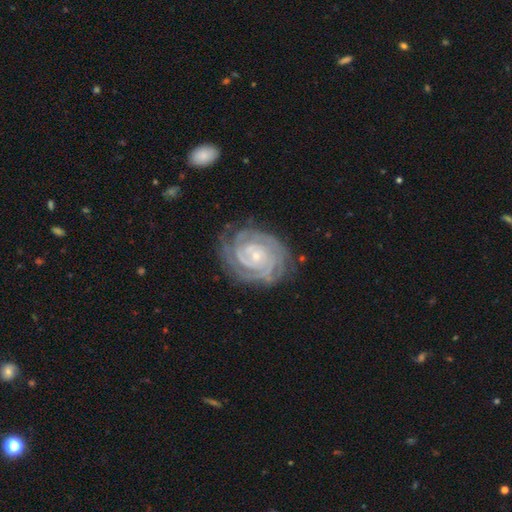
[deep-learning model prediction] Morphology: type=featured or disk (90%); edge-on=no (97%); bar=no (70%); spiral arms=yes (98%); winding=tight (84%); arm count=2 (28%); bulge=small (80%); merging=none (77%).